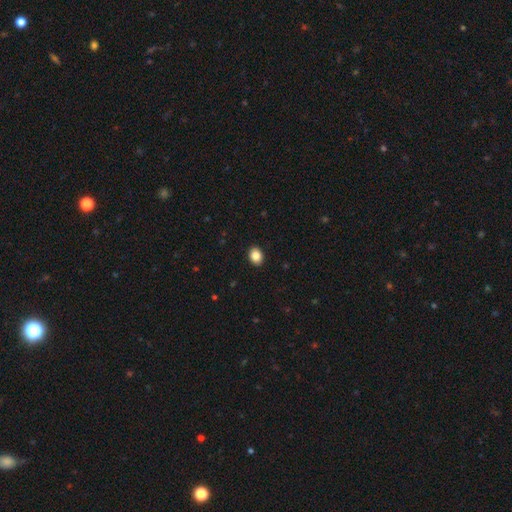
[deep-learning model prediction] Smooth or featured? Predicted: smooth (p=0.87). How rounded? Predicted: in between (p=0.61). Merging? Predicted: none (p=0.91).